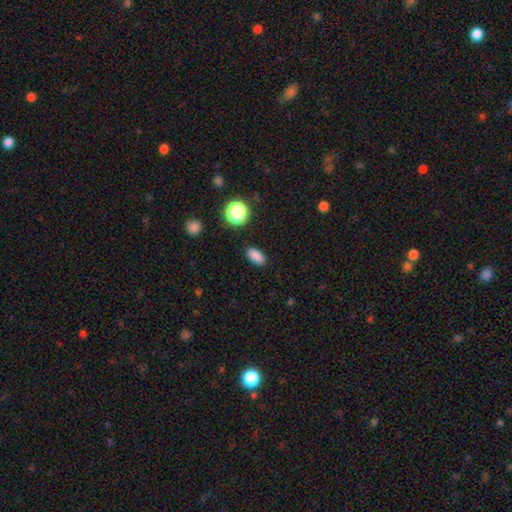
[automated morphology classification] Smooth or featured? Predicted: smooth (p=0.84). How rounded? Predicted: in between (p=0.87). Merging? Predicted: none (p=0.88).